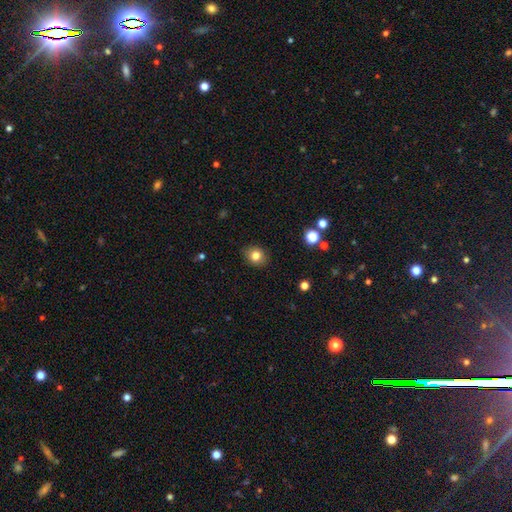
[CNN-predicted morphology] This appears to be a smooth galaxy with no disk features (81%) that is round (65%). Merging: none (87%).